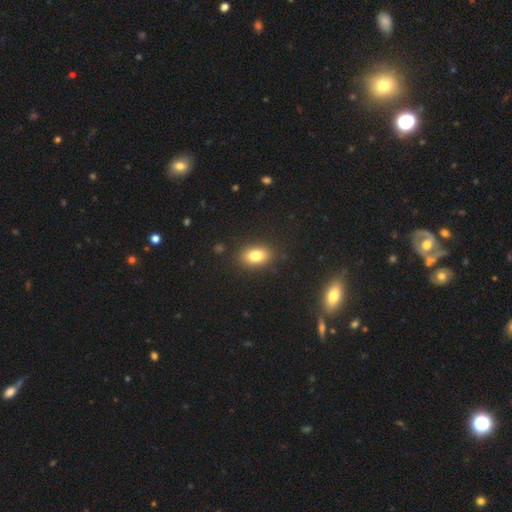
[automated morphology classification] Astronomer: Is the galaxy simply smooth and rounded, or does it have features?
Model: smooth — 81%.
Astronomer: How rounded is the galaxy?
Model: in between — 81%.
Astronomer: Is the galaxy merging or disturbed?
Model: none — 88%.